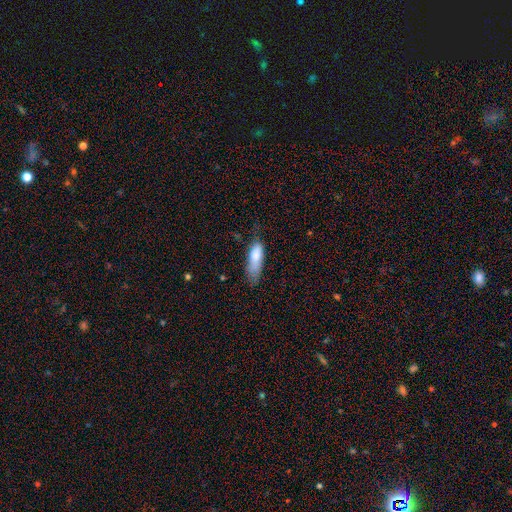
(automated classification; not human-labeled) Smooth or featured? Predicted: smooth (p=0.79). How rounded? Predicted: in between (p=0.62). Merging? Predicted: none (p=0.39, tied with minor disturbance).